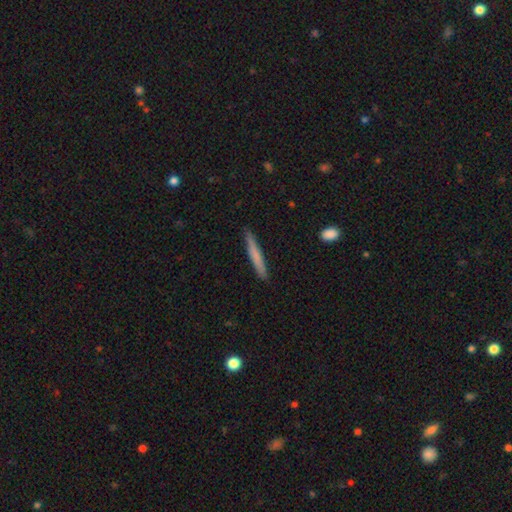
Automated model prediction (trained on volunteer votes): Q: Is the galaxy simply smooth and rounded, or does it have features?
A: smooth — 68%.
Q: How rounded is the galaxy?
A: cigar-shaped — 96%.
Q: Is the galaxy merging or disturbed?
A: none — 90%.